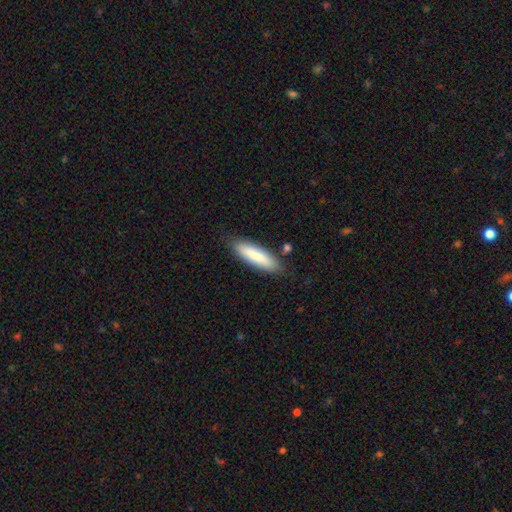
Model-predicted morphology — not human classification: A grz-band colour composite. It shows a smooth galaxy with no disk features (82%) that is cigar-shaped (64%). Merging: none (82%).